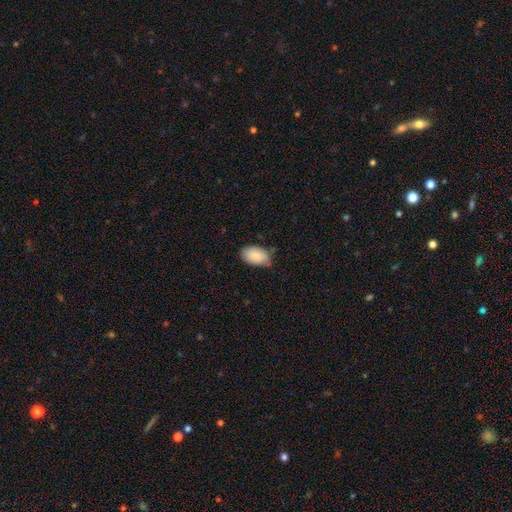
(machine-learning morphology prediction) Smooth or featured: smooth — 86% (featured or disk — 7%)
How rounded: in between — 93% (round — 6%)
Merging: none — 64% (minor disturbance — 30%)